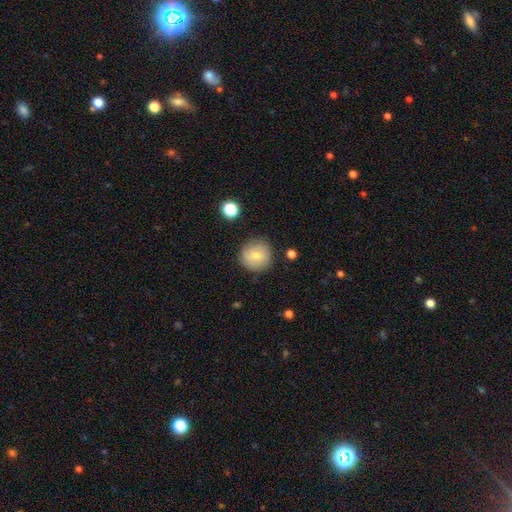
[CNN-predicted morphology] Smooth or featured?
  - smooth: 74% *
  - featured or disk: 17%
  - star or artifact: 9%
How rounded?
  - round: 93% *
  - in between: 6%
  - cigar-shaped: 1%
Merging?
  - none: 83% *
  - minor disturbance: 12%
  - major disturbance: 3%
  - merger: 2%